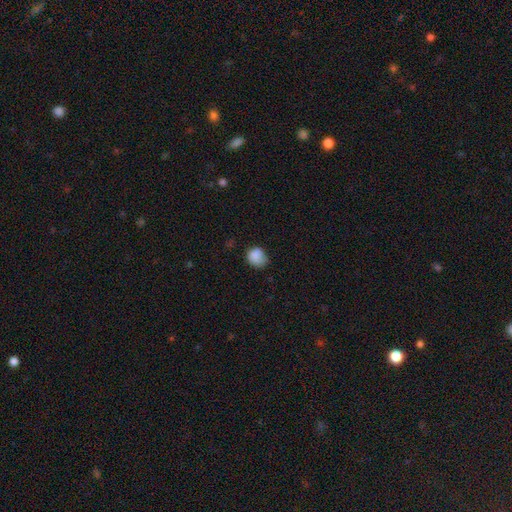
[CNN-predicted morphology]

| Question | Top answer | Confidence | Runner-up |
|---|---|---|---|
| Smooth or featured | smooth | 86% | star or artifact (9%) |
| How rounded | round | 73% | in between (26%) |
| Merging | none | 58% | minor disturbance (33%) |